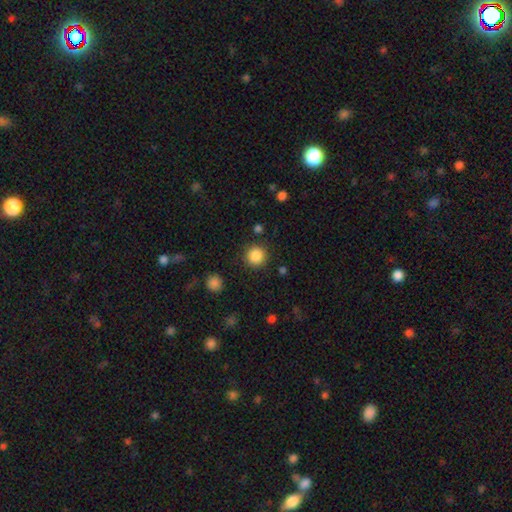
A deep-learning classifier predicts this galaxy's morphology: This appears to be a smooth galaxy with no disk features (86%) that is round (95%). Merging: none (89%).